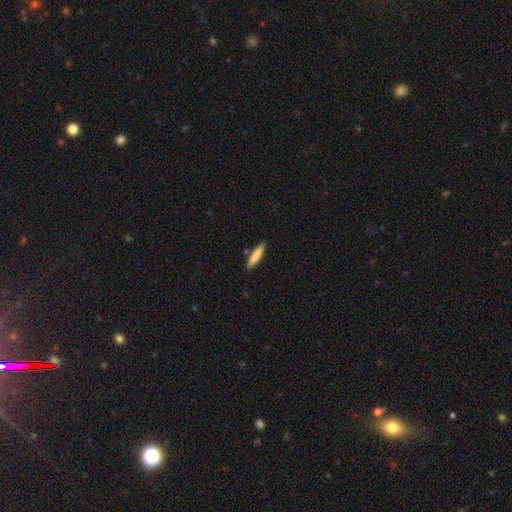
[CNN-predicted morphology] The model was most divided on "how rounded": cigar-shaped: 83%, in between: 16%, round: 1%. More confident: merging — none (87%); smooth or featured — smooth (83%).